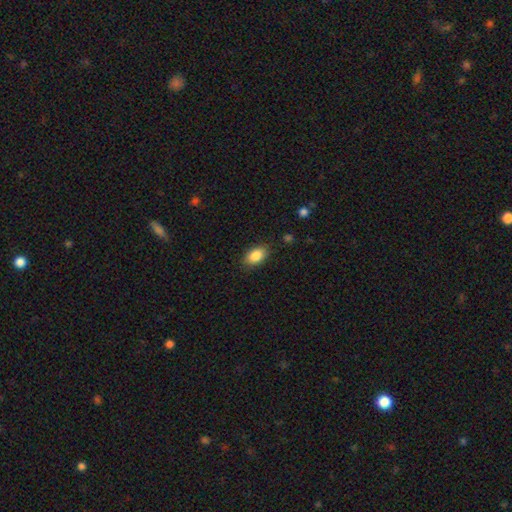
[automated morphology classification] Smooth or featured? smooth (88%)
How rounded? in between (89%)
Merging? none (85%)